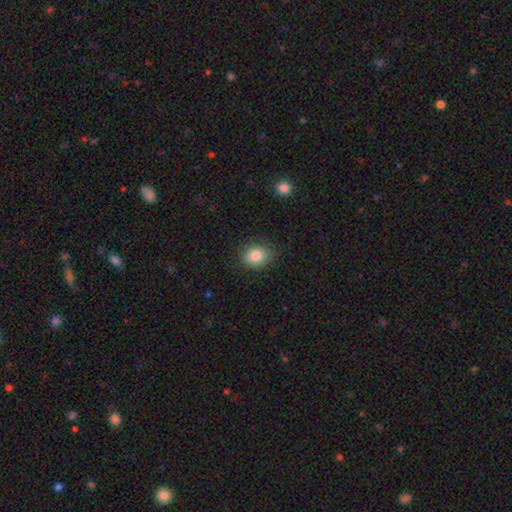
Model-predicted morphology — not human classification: This appears to be a smooth galaxy with no disk features (83%) that is in between round and cigar-shaped (51%). Merging: none (84%).